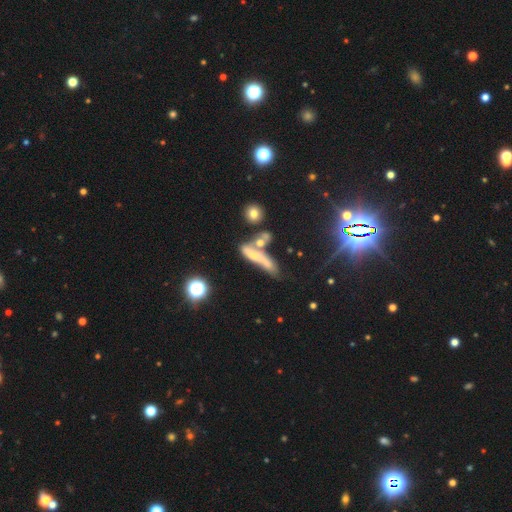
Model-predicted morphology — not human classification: A smooth galaxy with no disk features (43%).

Vote fractions:
- Smooth or featured? smooth: 43% / featured or disk: 42% / star or artifact: 14%
- Merging? merger: 37% / none: 28% / minor disturbance: 19% / major disturbance: 16%